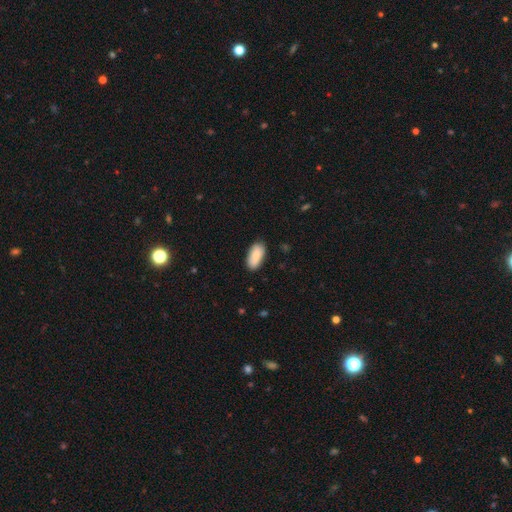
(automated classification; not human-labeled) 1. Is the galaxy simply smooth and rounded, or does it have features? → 88% smooth, 6% featured or disk, 6% star or artifact.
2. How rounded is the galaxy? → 91% in between, 7% cigar-shaped, 2% round.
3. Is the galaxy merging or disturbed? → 84% none, 13% minor disturbance, 2% major disturbance, 1% merger.